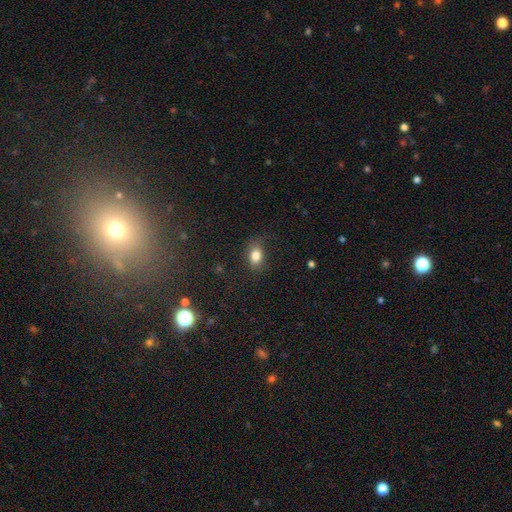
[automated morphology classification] type=smooth (82%); roundness=in between (77%); merging=none (76%).